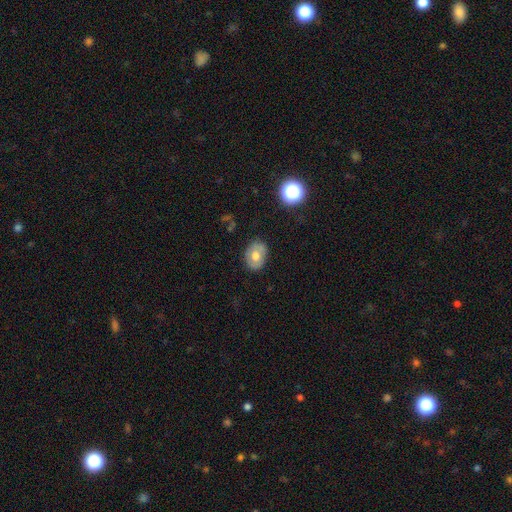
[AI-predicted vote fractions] Smooth or featured: smooth — 60% (featured or disk — 31%)
How rounded: in between — 59% (round — 40%)
Merging: none — 82% (minor disturbance — 14%)